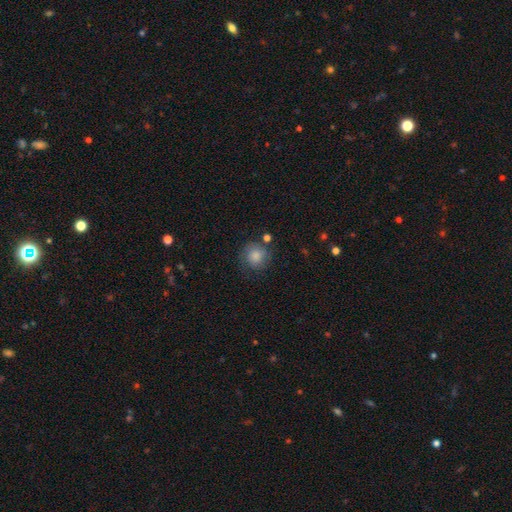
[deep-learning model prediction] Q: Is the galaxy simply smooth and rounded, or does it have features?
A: smooth — 80%.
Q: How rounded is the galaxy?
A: round — 90%.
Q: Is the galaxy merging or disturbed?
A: none — 71%.